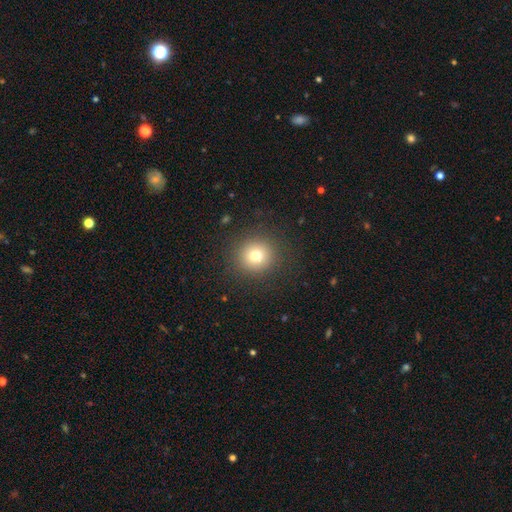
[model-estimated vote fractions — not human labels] Smooth or featured? Predicted: smooth (p=0.76). How rounded? Predicted: round (p=0.93). Merging? Predicted: none (p=0.89).